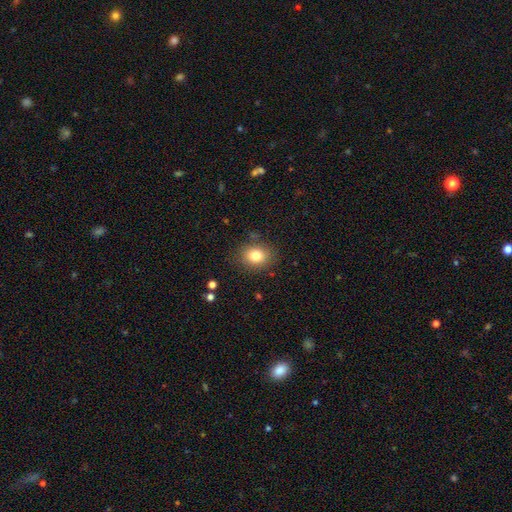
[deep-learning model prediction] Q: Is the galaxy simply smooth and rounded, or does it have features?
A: smooth — 80%.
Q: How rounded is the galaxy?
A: round — 57%.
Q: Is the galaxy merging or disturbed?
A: none — 84%.